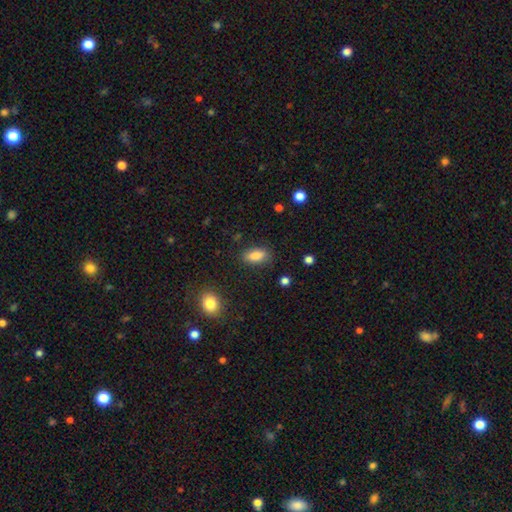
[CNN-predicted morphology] smooth 84%, star or artifact 8%, featured or disk 8%. Down the decision tree: how rounded — in between (86%); merging — none (82%).